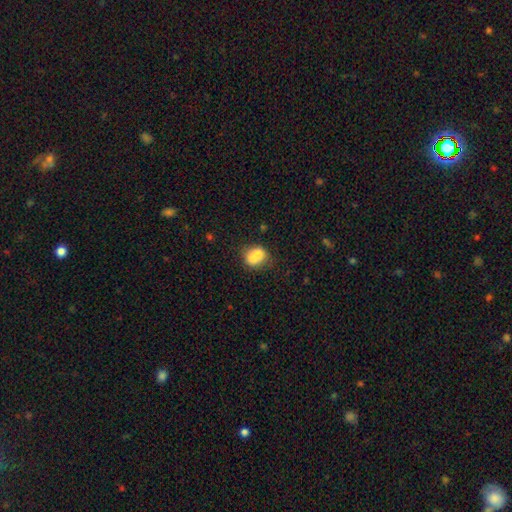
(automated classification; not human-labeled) This is likely a smooth galaxy (70%). How rounded: possibly round (49%, tied with in between). Merging: possibly merger (47%).